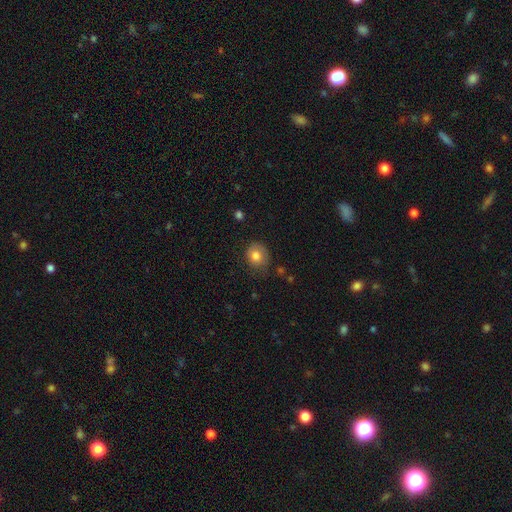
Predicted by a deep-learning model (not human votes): A smooth galaxy with no disk features (77%) that is round (70%). Merging: none (66%).